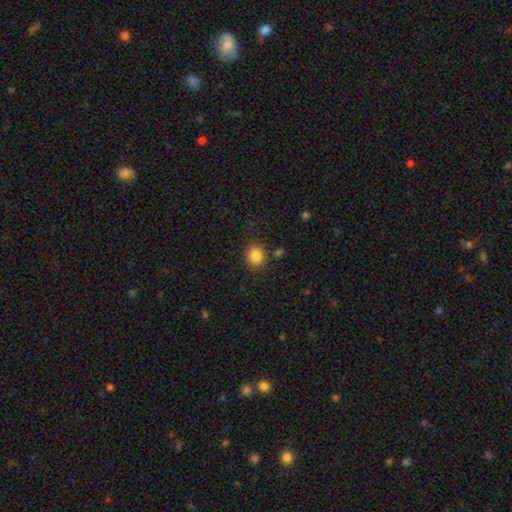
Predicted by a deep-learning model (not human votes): This appears to be a smooth galaxy with no disk features (85%) that is round (74%). Merging: none (83%).